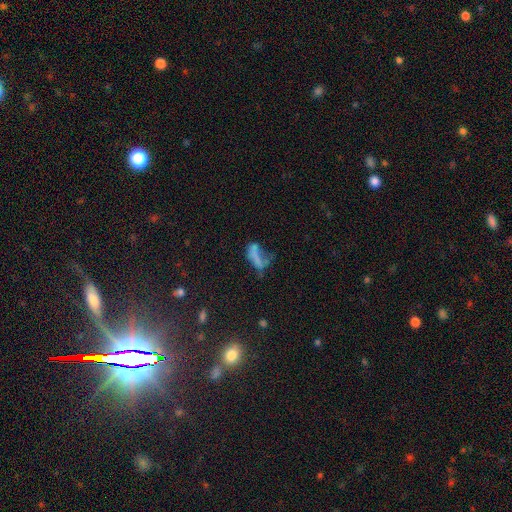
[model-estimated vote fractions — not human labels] This is possibly a smooth galaxy (55%). How rounded: likely in between (65%). Merging: marginally major disturbance (43%).